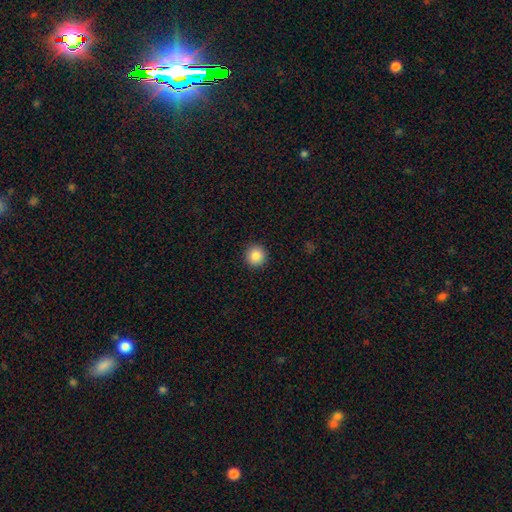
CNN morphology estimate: Smooth or featured? smooth (86%)
How rounded? round (95%)
Merging? none (93%)